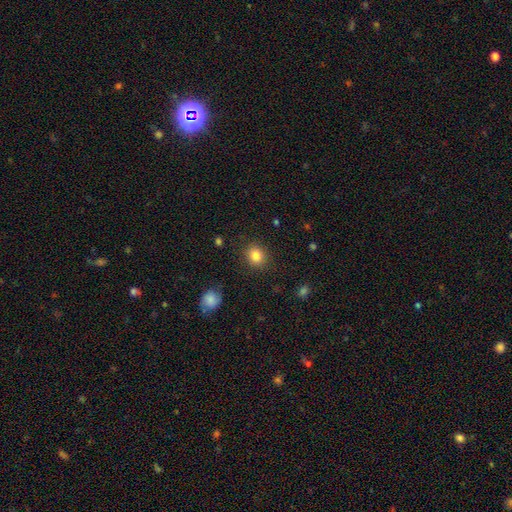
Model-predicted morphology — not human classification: smooth 84%, star or artifact 10%, featured or disk 6%. Down the decision tree: how rounded — round (71%); merging — none (88%).